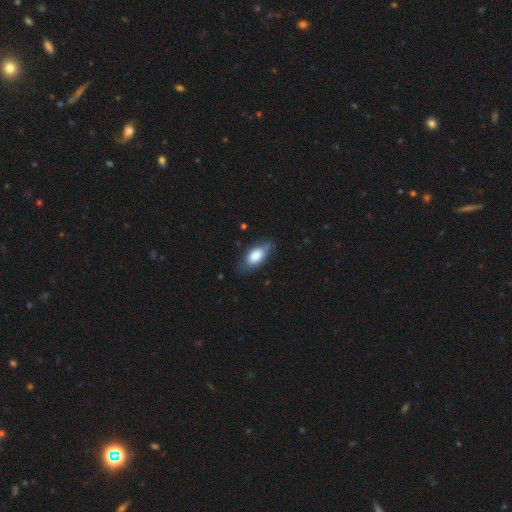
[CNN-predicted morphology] smooth 78%, featured or disk 16%, star or artifact 7%. Down the decision tree: how rounded — in between (88%); merging — none (70%).